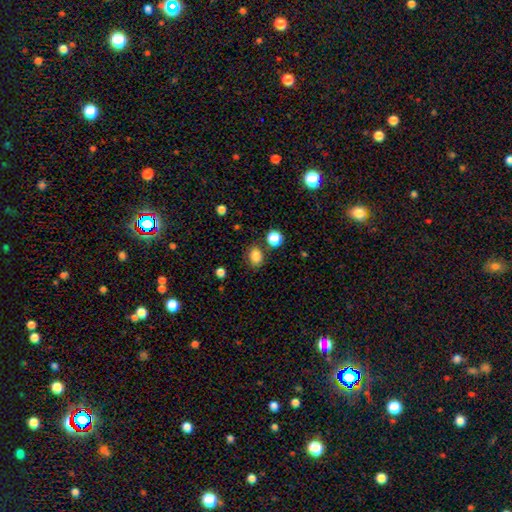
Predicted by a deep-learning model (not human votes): A smooth galaxy with no disk features (83%) that is in between round and cigar-shaped (59%). Merging: none (78%).